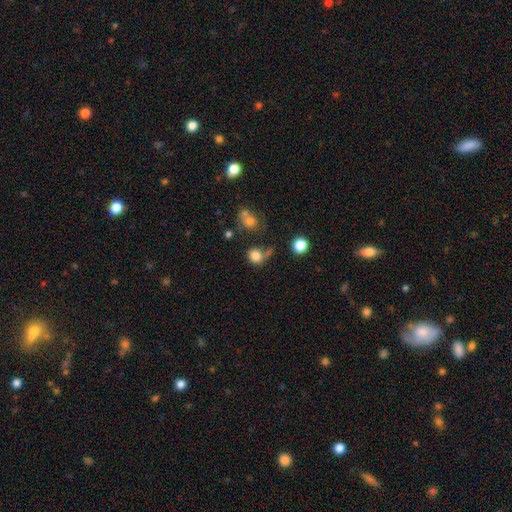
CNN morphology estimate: This appears to be a smooth galaxy with no disk features (80%) that is round (78%). Merging: none (54%).